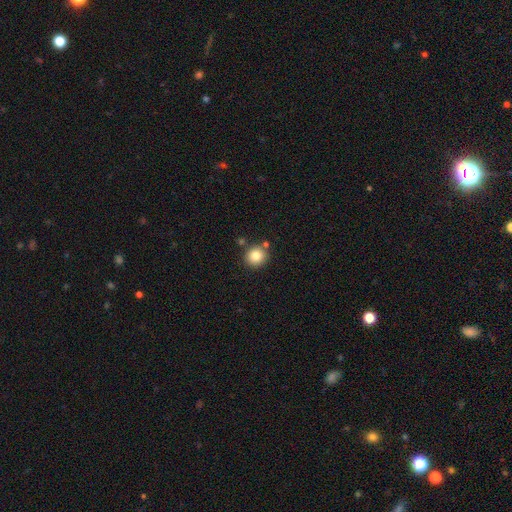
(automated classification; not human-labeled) A smooth galaxy with no disk features (82%) that is round (87%).

Vote fractions:
- Smooth or featured? smooth: 82% / star or artifact: 11% / featured or disk: 7%
- How rounded? round: 87% / in between: 12% / cigar-shaped: 1%
- Merging? none: 80% / minor disturbance: 9% / merger: 9% / major disturbance: 2%